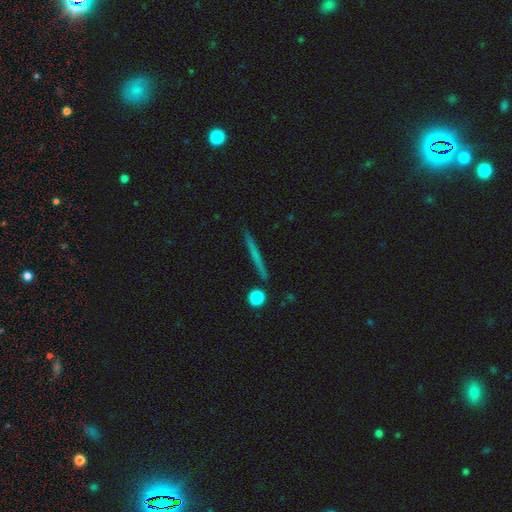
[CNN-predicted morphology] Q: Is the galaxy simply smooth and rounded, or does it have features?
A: smooth — 49%.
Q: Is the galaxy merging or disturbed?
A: none — 90%.